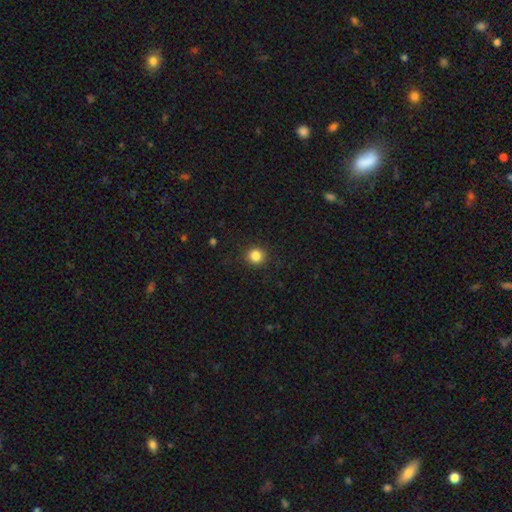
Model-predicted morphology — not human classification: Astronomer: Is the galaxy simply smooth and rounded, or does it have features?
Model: smooth — 85%.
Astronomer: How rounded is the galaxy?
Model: round — 91%.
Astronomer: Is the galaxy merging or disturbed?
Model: none — 90%.